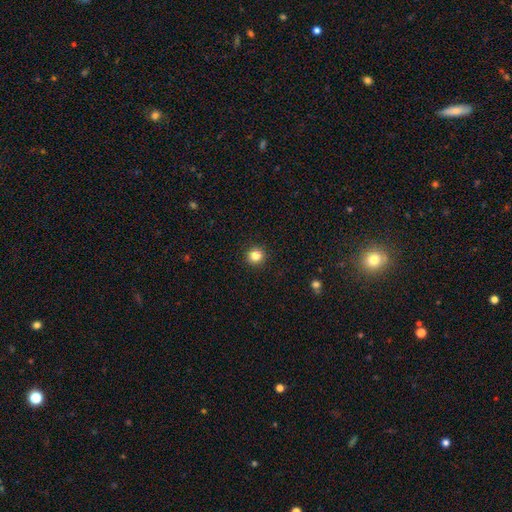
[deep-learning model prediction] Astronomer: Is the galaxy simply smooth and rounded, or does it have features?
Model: smooth — 84%.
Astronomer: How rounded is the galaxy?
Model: round — 93%.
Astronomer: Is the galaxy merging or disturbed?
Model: none — 93%.